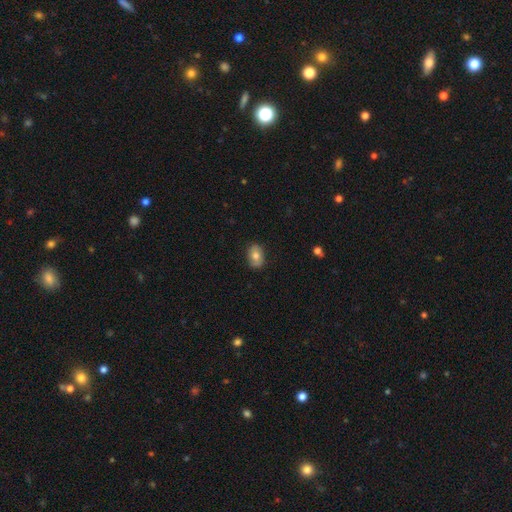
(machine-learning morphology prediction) type=smooth (74%); roundness=in between (82%); merging=none (83%).